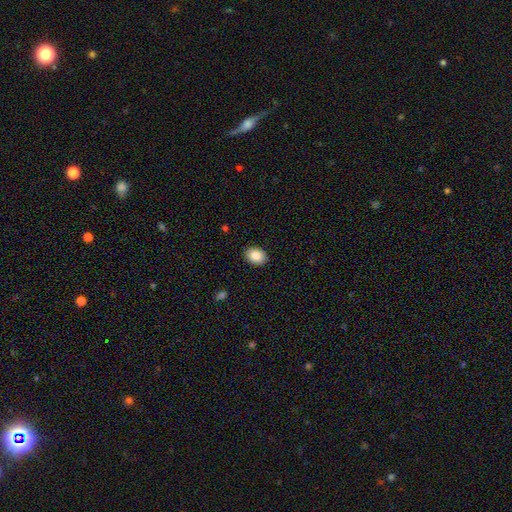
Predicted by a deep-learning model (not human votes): A smooth galaxy with no disk features (88%) that is in between round and cigar-shaped (73%). Merging: none (89%).